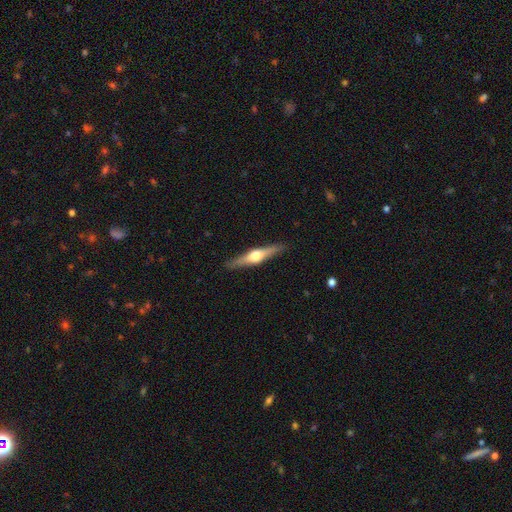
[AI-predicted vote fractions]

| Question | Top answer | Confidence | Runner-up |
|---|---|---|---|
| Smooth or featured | featured or disk | 69% | smooth (26%) |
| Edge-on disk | yes | 97% | no (3%) |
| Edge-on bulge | rounded | 94% | boxy (3%) |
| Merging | none | 90% | minor disturbance (7%) |